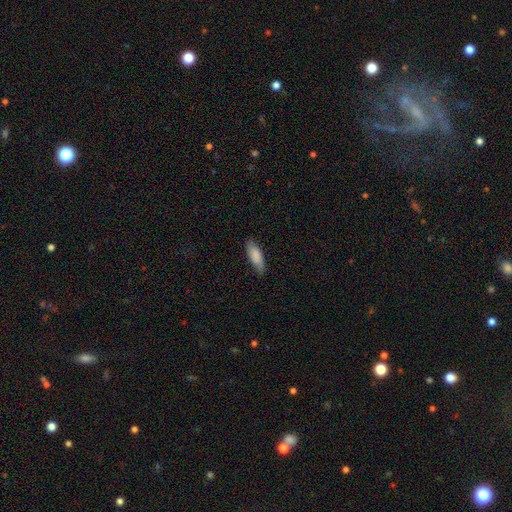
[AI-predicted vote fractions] Overall: smooth (82%). How rounded: in between (63%; cigar-shaped 35%). Merging: none (76%).